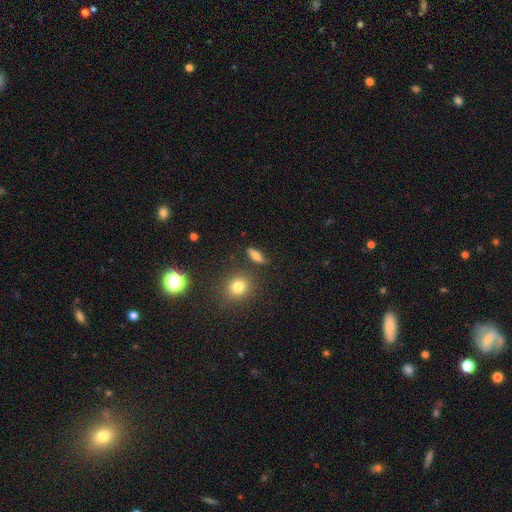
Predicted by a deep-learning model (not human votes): Smooth or featured: smooth — 64% (featured or disk — 23%)
How rounded: in between — 46% (cigar-shaped — 43%)
Merging: none — 79% (minor disturbance — 13%)